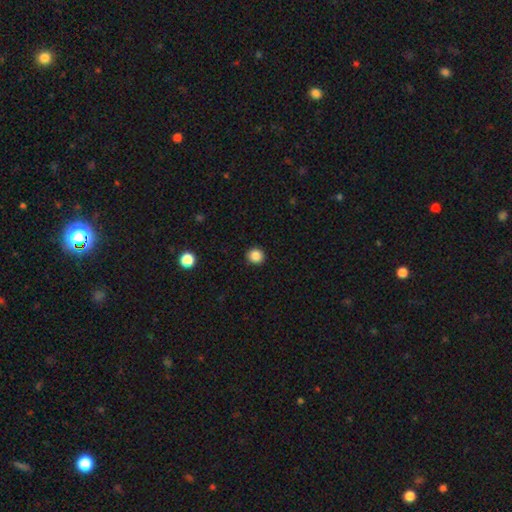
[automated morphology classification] smooth-or-featured: smooth: 86% | star or artifact: 11% | featured or disk: 3%
  how-rounded: round: 92% | in between: 7% | cigar-shaped: 1%
  merging: none: 92% | minor disturbance: 5% | major disturbance: 2% | merger: 1%